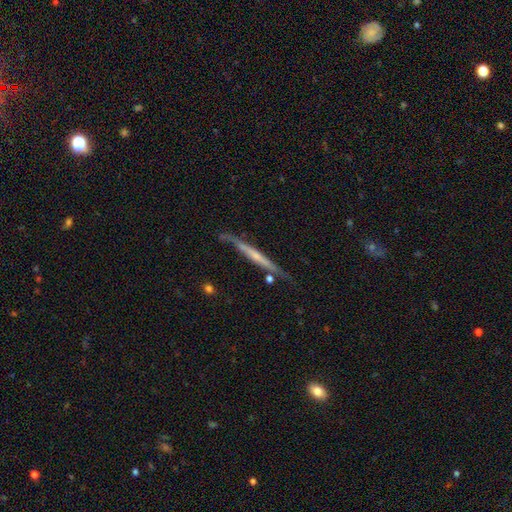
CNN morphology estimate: type=featured or disk (69%); edge-on=yes (92%); edge-on bulge=none (58%); merging=none (67%).